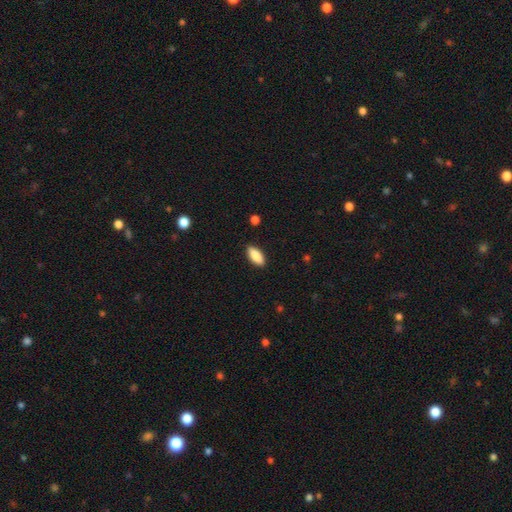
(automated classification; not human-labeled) Smooth or featured? Predicted: smooth (p=0.86). How rounded? Predicted: in between (p=0.80). Merging? Predicted: none (p=0.89).